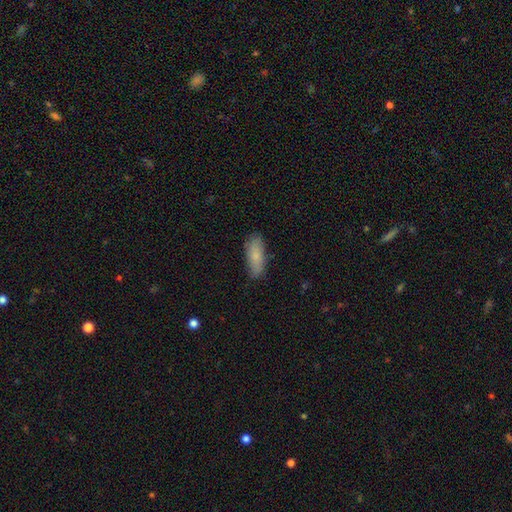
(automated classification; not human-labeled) Morphology: type=smooth (78%); roundness=in between (72%); merging=none (80%).